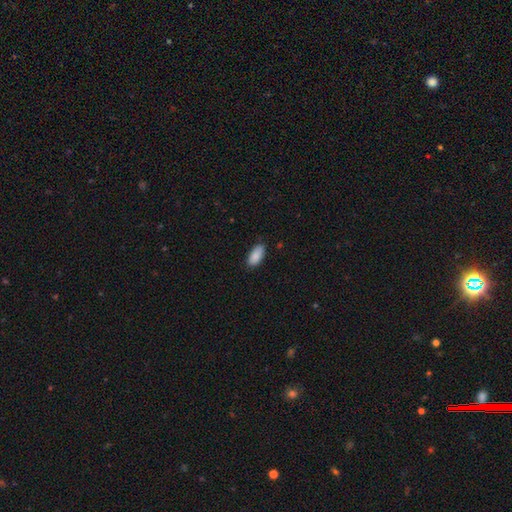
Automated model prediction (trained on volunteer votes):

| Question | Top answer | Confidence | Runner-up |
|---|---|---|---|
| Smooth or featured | smooth | 89% | star or artifact (6%) |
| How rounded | in between | 91% | cigar-shaped (7%) |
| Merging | none | 81% | minor disturbance (15%) |